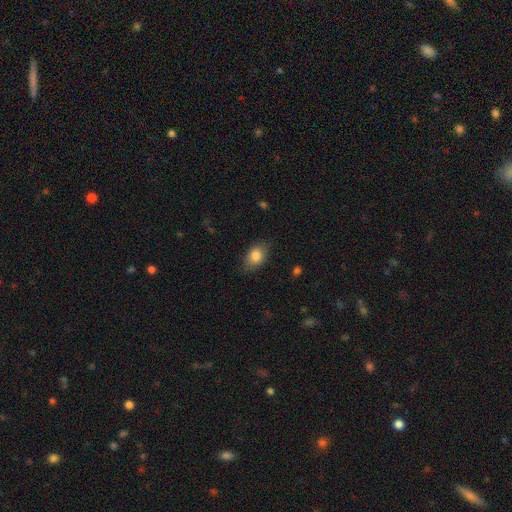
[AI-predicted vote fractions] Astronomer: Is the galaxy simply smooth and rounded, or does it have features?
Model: smooth — 84%.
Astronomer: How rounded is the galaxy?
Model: in between — 80%.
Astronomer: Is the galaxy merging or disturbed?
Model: none — 80%.